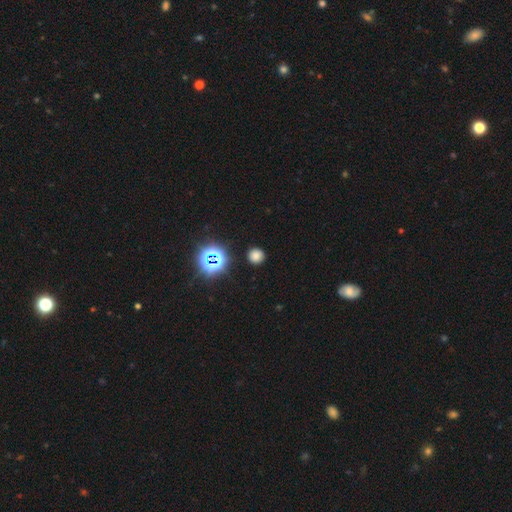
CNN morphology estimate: type=smooth (72%); roundness=round (93%); merging=none (90%).